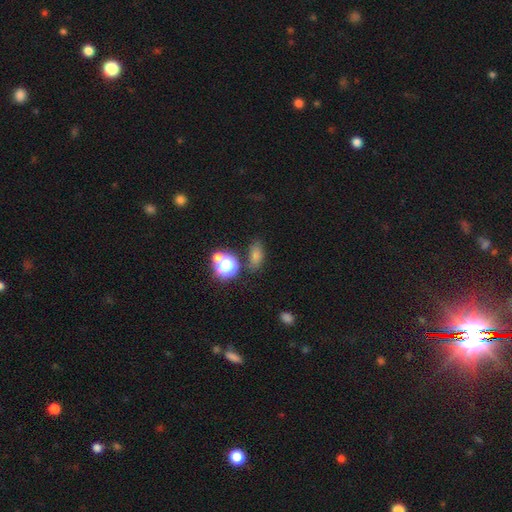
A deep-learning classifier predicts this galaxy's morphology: type=smooth (58%); roundness=in between (72%); merging=none (78%).